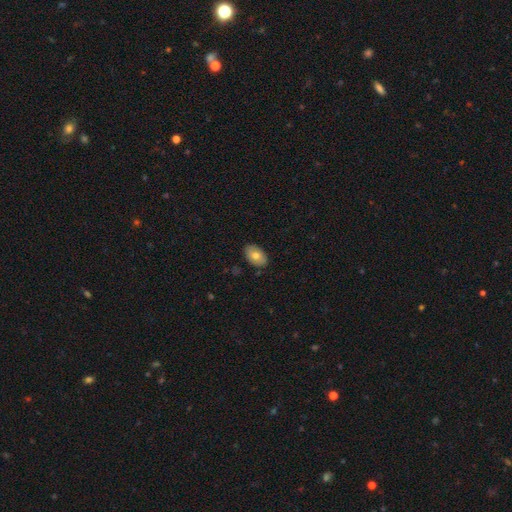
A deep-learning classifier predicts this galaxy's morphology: Smooth or featured: smooth — 73% (featured or disk — 20%)
How rounded: in between — 90% (round — 9%)
Merging: none — 87% (minor disturbance — 10%)